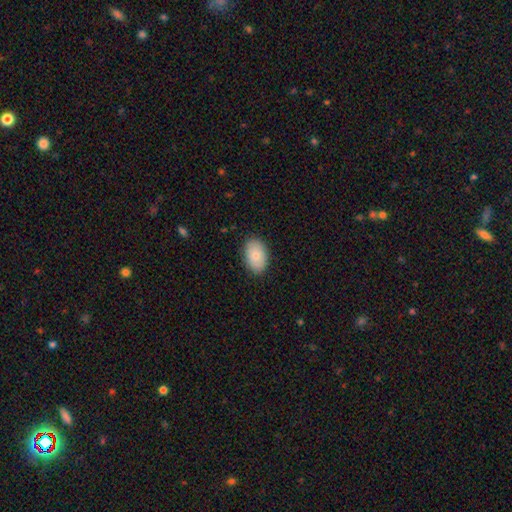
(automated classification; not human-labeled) Q: Smooth or featured?
A: smooth (84%); runner-up: featured or disk (10%)
Q: How rounded?
A: in between (90%); runner-up: round (9%)
Q: Merging?
A: none (87%); runner-up: minor disturbance (10%)